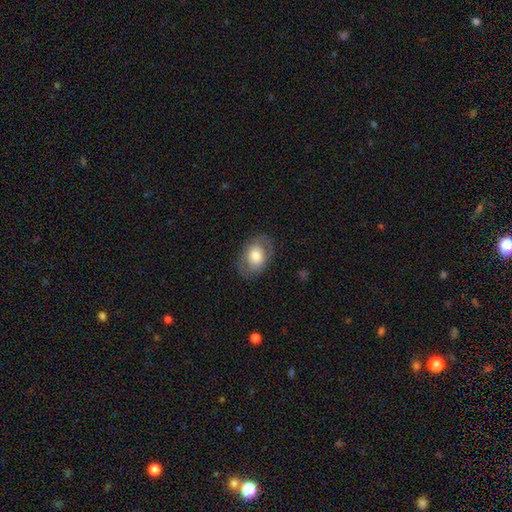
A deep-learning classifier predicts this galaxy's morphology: type=smooth (65%); roundness=in between (73%); merging=none (76%).